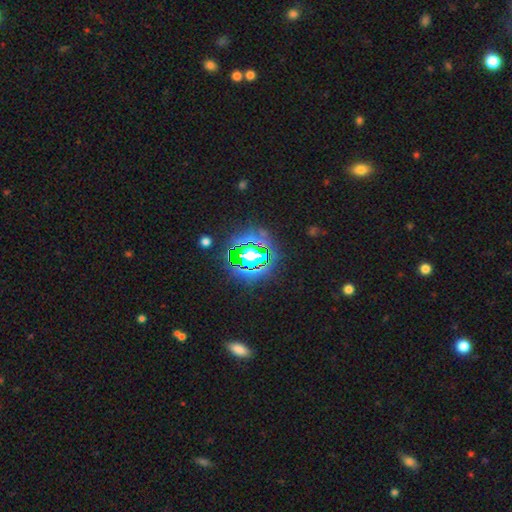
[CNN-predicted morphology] smooth-or-featured: star or artifact: 81% | smooth: 12% | featured or disk: 7%